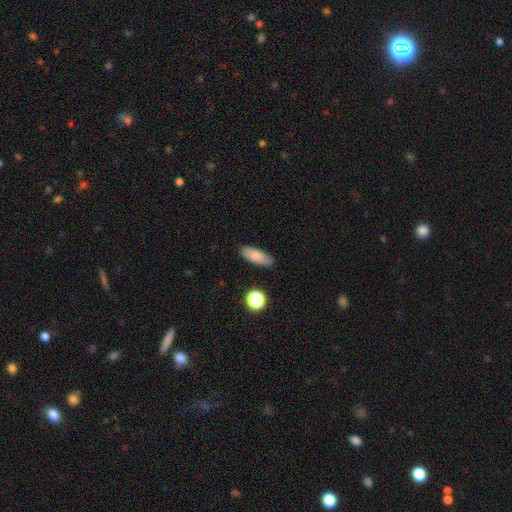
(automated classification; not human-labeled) smooth 82%, featured or disk 10%, star or artifact 8%. Down the decision tree: how rounded — in between (73%); merging — none (86%).